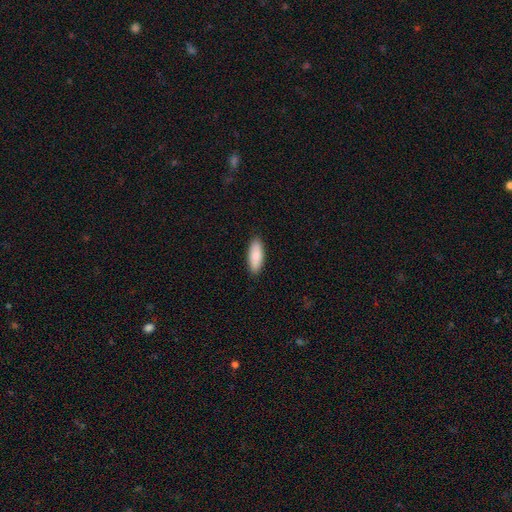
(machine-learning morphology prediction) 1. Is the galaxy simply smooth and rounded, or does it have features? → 84% smooth, 10% featured or disk, 6% star or artifact.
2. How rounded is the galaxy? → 75% in between, 23% cigar-shaped, 2% round.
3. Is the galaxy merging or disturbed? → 89% none, 8% minor disturbance, 2% major disturbance, 1% merger.